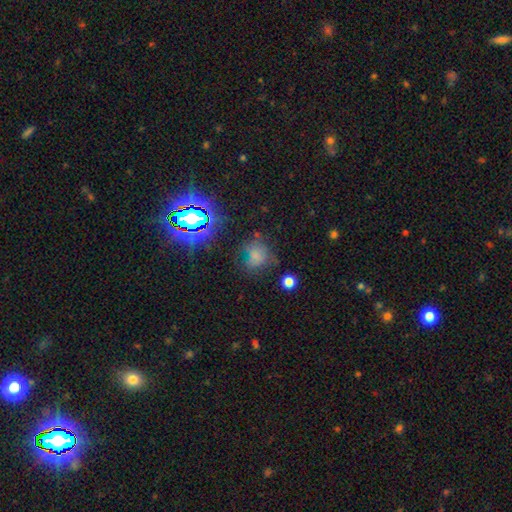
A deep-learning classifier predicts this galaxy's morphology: This appears to be a smooth galaxy with no disk features (54%) that is round (64%). Merging: none (47%).